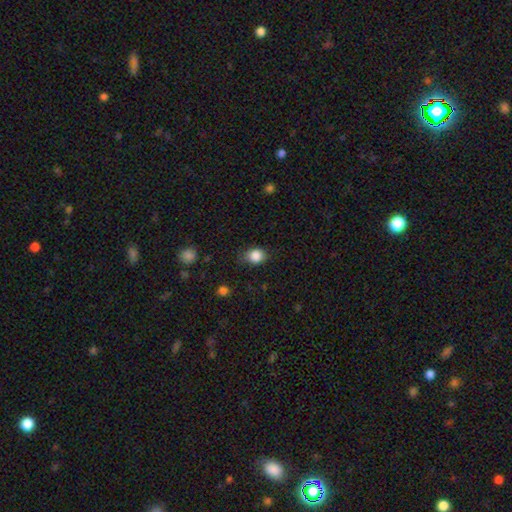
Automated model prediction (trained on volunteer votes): smooth_or_featured: smooth (p=0.86) [alt: star or artifact p=0.09]
how_rounded: in between (p=0.52) [alt: round p=0.47]
merging: none (p=0.71) [alt: minor disturbance p=0.23]